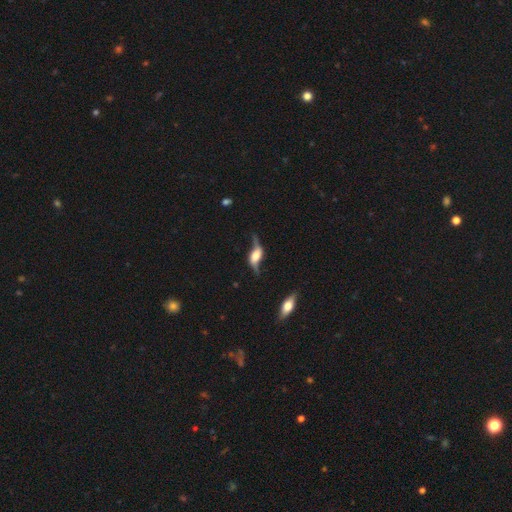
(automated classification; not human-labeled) This appears to be a featured or disk galaxy (79%). Merging: none (59%).